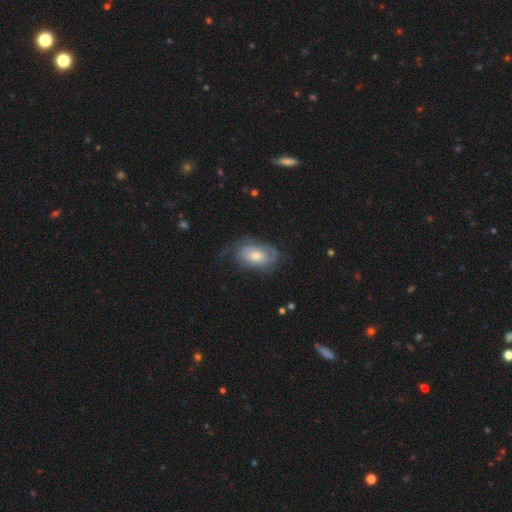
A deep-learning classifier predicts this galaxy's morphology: This appears to be a featured or disk galaxy (56%) with no bar (73%), spiral arms (75%) and a moderate central bulge (54%). Merging: none (60%).